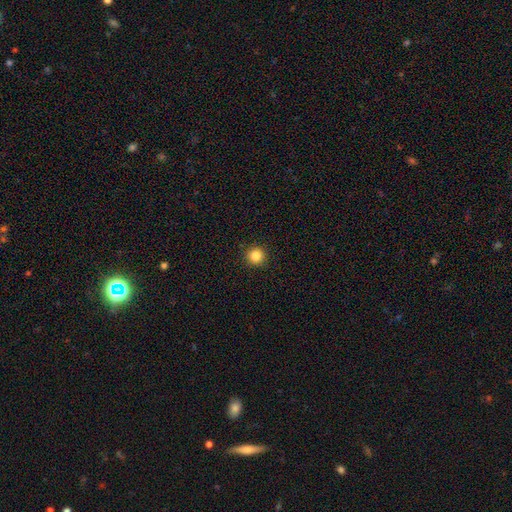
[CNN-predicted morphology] smooth-or-featured: smooth: 84% | star or artifact: 12% | featured or disk: 4%
  how-rounded: round: 95% | in between: 4% | cigar-shaped: 1%
  merging: none: 93% | minor disturbance: 5% | major disturbance: 2% | merger: 1%